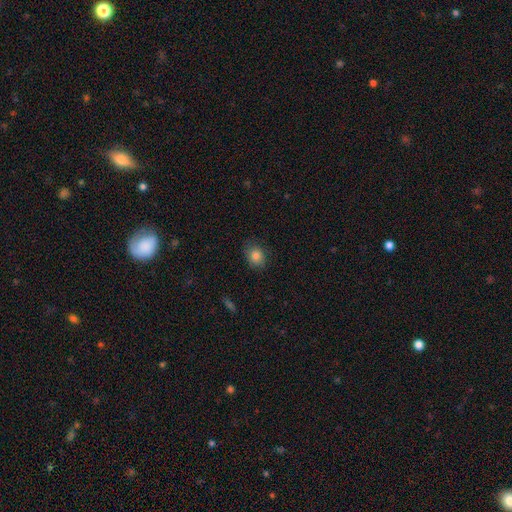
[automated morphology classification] This appears to be a smooth galaxy with no disk features (85%) that is round (50%). Merging: none (78%).